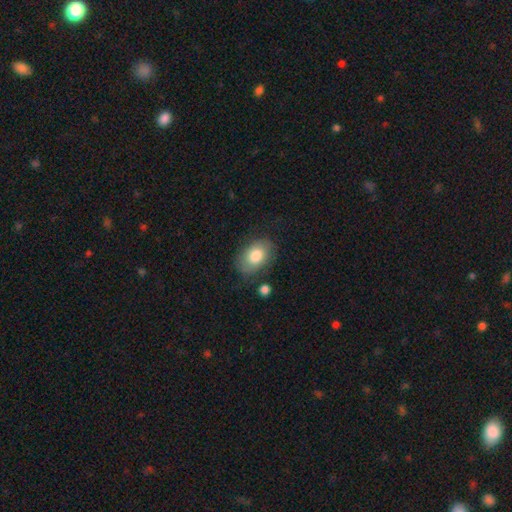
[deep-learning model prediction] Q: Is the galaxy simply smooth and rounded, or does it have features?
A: smooth — 78%.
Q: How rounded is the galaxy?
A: in between — 82%.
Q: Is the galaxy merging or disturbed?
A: none — 74%.